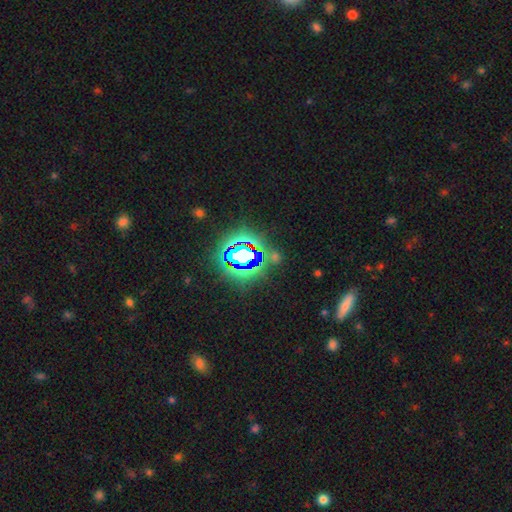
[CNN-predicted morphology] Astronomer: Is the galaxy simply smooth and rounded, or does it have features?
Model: star or artifact — 81%.